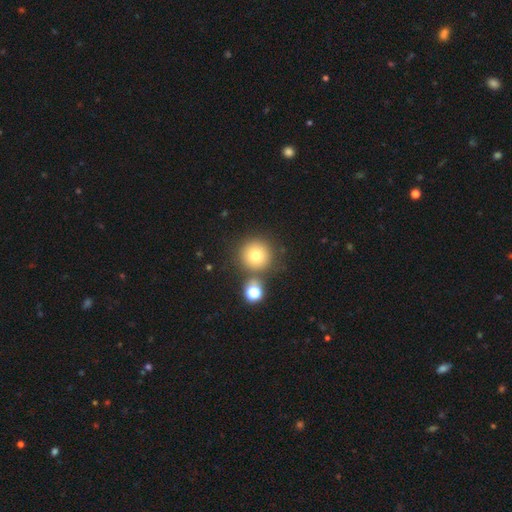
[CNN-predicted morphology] type=smooth (76%); roundness=round (95%); merging=none (74%).